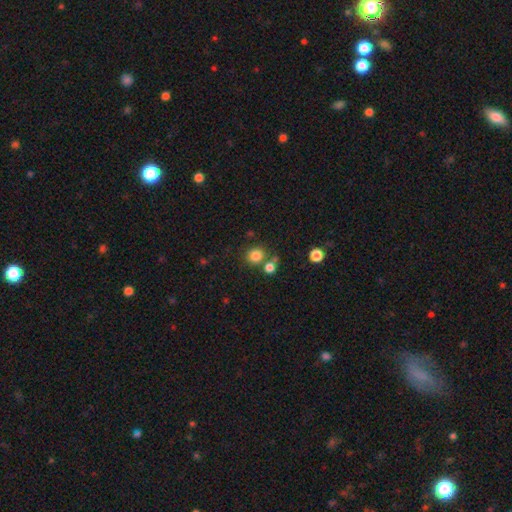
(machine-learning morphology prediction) smooth-or-featured: smooth: 82% | star or artifact: 13% | featured or disk: 6%
  how-rounded: round: 85% | in between: 14% | cigar-shaped: 1%
  merging: none: 70% | merger: 17% | minor disturbance: 9% | major disturbance: 3%